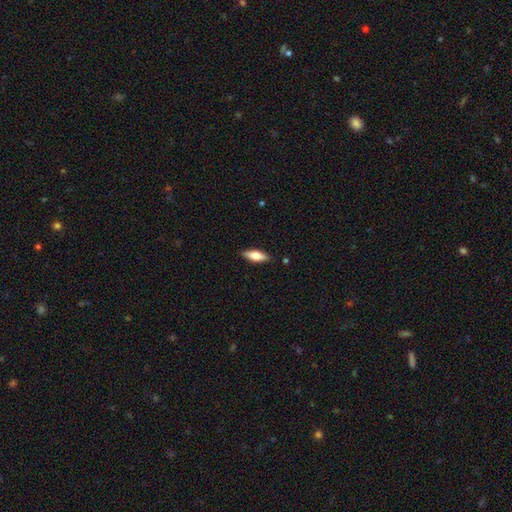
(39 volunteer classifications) Smooth or featured: smooth — 49% (featured or disk — 41%)
How rounded: cigar-shaped — 53% (in between — 47%)
Merging: none — 89% (minor disturbance — 9%)